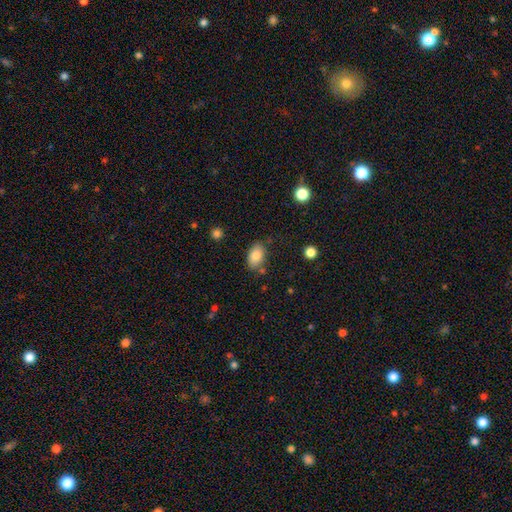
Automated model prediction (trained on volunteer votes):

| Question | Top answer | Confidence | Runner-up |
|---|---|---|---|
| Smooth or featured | smooth | 82% | featured or disk (10%) |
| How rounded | in between | 90% | round (8%) |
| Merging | none | 76% | minor disturbance (16%) |